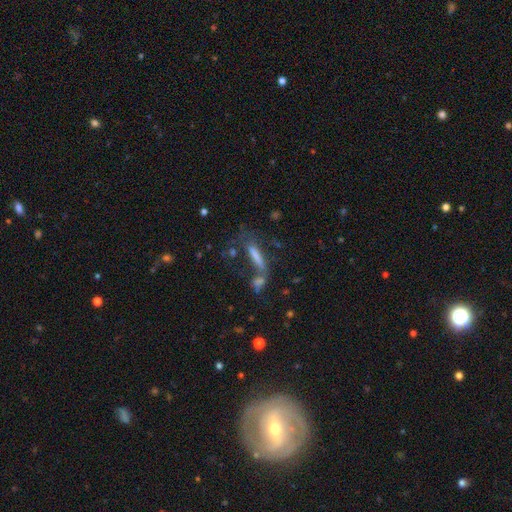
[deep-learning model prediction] Morphology: type=smooth (52%); roundness=cigar-shaped (79%); merging=none (41%).